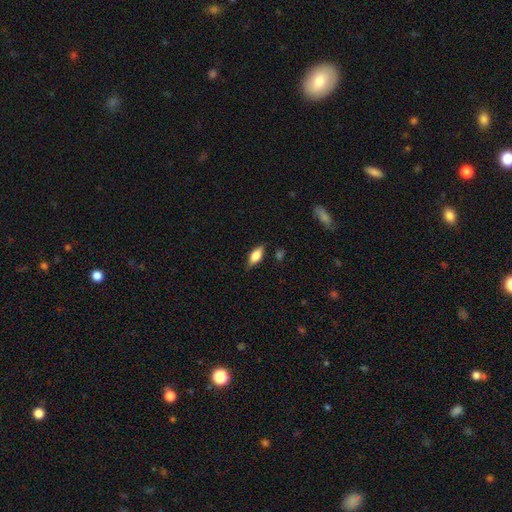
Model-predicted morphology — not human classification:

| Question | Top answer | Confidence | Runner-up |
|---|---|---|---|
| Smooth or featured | smooth | 69% | featured or disk (23%) |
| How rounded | in between | 81% | cigar-shaped (15%) |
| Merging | none | 80% | minor disturbance (15%) |